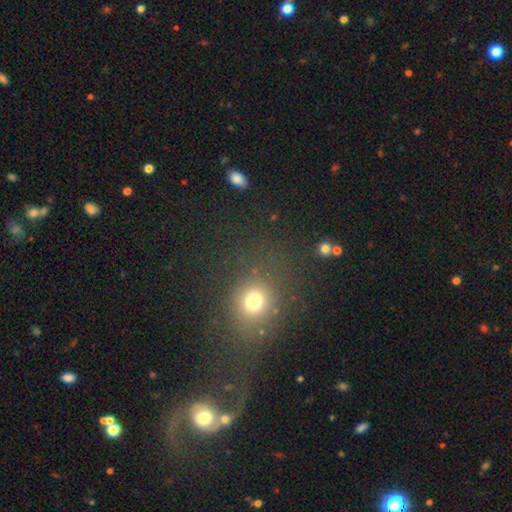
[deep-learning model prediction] This is possibly a smooth galaxy (57%). How rounded: likely round (73%). Merging: possibly none (58%).